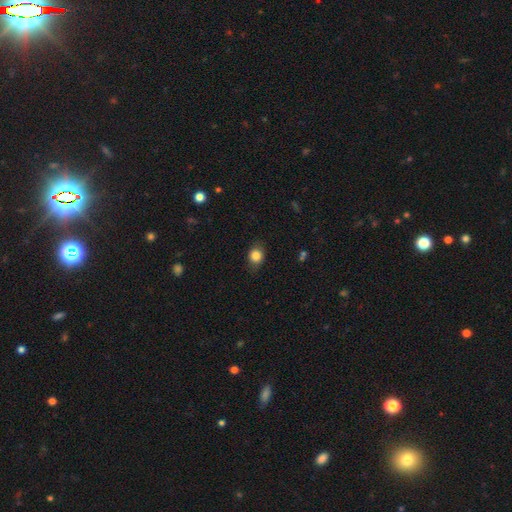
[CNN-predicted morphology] Smooth or featured?
  - smooth: 83% *
  - star or artifact: 9%
  - featured or disk: 7%
How rounded?
  - round: 54% *
  - in between: 45%
  - cigar-shaped: 1%
Merging?
  - none: 78% *
  - minor disturbance: 17%
  - major disturbance: 4%
  - merger: 1%